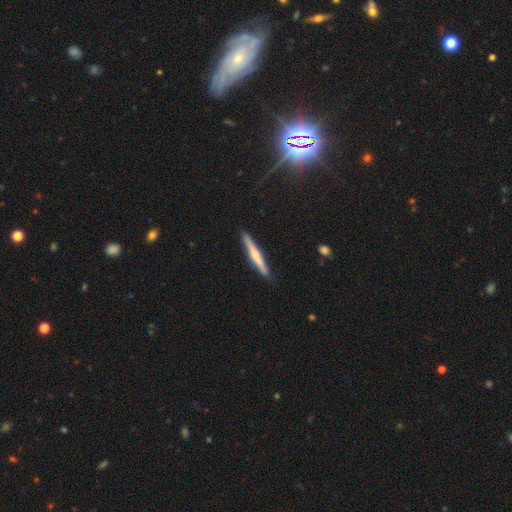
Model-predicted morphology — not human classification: Smooth or featured?
  - featured or disk: 54% *
  - smooth: 41%
  - star or artifact: 5%
Edge-on disk?
  - yes: 97% *
  - no: 3%
Edge-on bulge?
  - rounded: 68% *
  - none: 24%
  - boxy: 7%
Merging?
  - none: 91% *
  - minor disturbance: 7%
  - major disturbance: 1%
  - merger: 1%